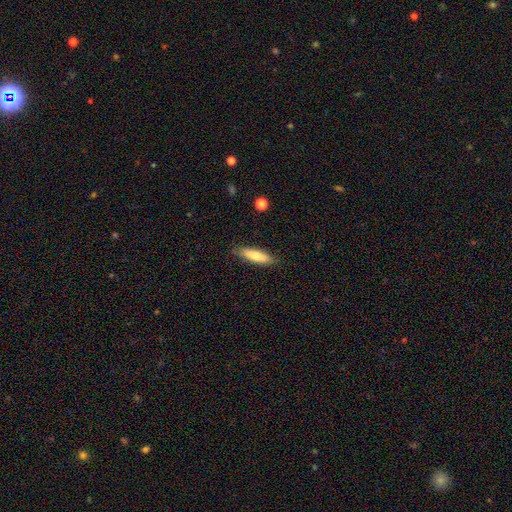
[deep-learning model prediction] smooth-or-featured: smooth: 72% | featured or disk: 22% | star or artifact: 6%
  how-rounded: cigar-shaped: 67% | in between: 31% | round: 2%
  merging: none: 86% | minor disturbance: 11% | major disturbance: 2% | merger: 1%